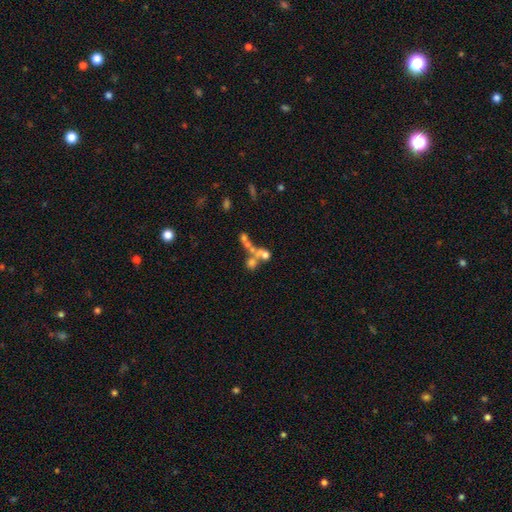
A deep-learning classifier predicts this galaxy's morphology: The model was most divided on "smooth or featured": smooth: 41%, featured or disk: 35%, star or artifact: 24%. Remaining: merging — merger (50%).